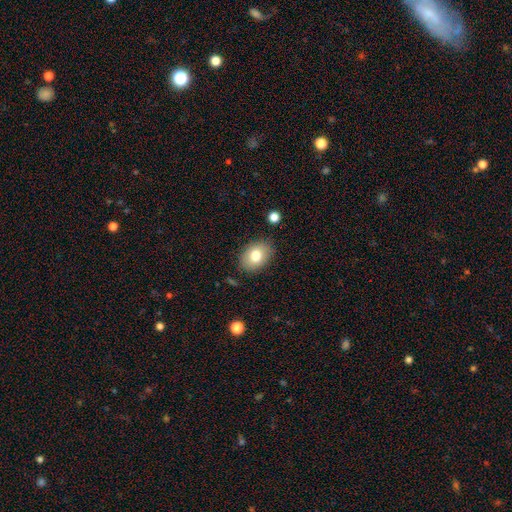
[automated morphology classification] Smooth or featured?
  - smooth: 78% *
  - featured or disk: 13%
  - star or artifact: 8%
How rounded?
  - in between: 75% *
  - round: 24%
  - cigar-shaped: 1%
Merging?
  - none: 84% *
  - minor disturbance: 11%
  - major disturbance: 3%
  - merger: 2%